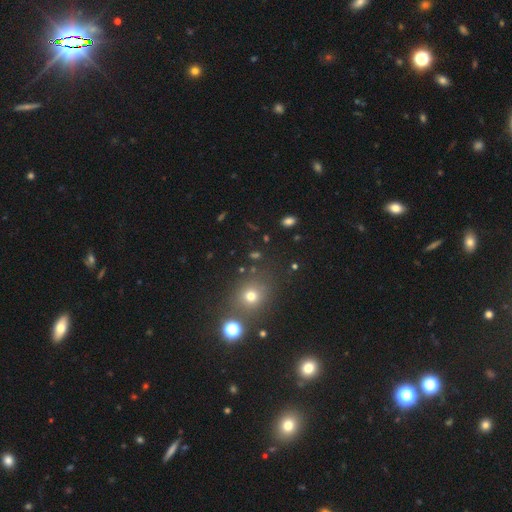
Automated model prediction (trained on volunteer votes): Morphology: type=smooth (54%); roundness=round (77%); merging=none (80%).